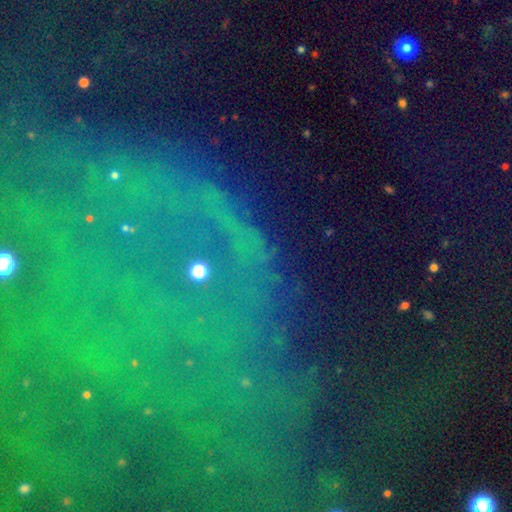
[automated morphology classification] This is likely a star or artifact rather than a galaxy (75%).